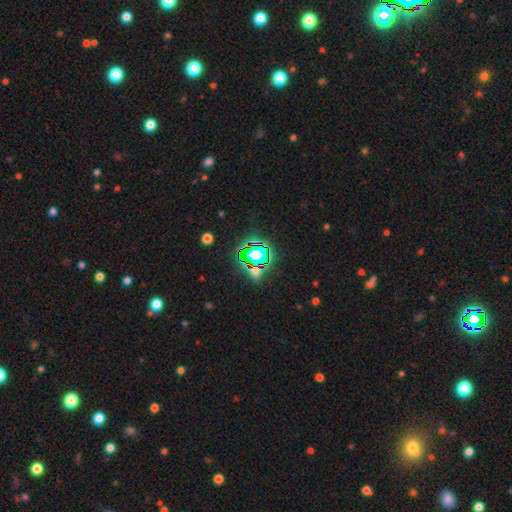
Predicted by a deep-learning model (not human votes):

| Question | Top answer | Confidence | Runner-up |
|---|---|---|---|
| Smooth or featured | star or artifact | 69% | smooth (20%) |